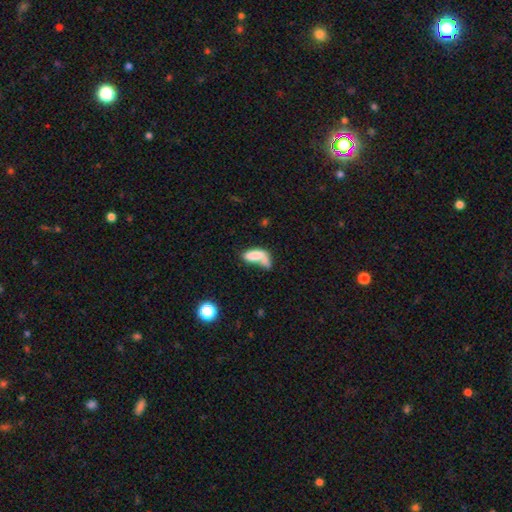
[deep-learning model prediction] The model was most divided on "merging": merger: 41%, none: 22%, major disturbance: 20%, minor disturbance: 16%. More confident: how rounded — in between (76%); smooth or featured — smooth (72%).